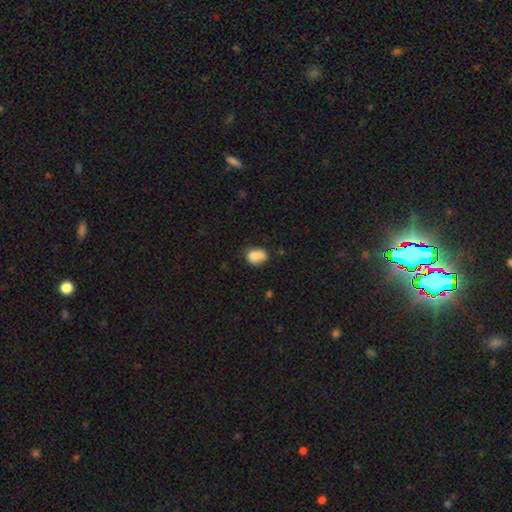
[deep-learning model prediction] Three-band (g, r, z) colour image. It shows a smooth galaxy with no disk features (76%) that is in between round and cigar-shaped (54%). Merging: none (39%).